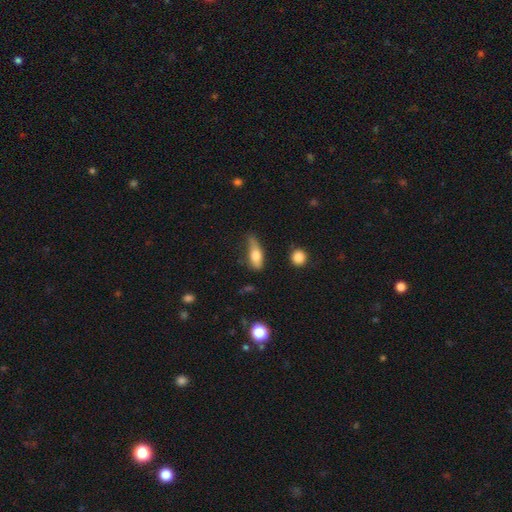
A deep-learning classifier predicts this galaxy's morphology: smooth_or_featured: smooth (p=0.67) [alt: featured or disk p=0.26]
how_rounded: in between (p=0.59) [alt: cigar-shaped p=0.36]
merging: none (p=0.43) [alt: minor disturbance p=0.38]